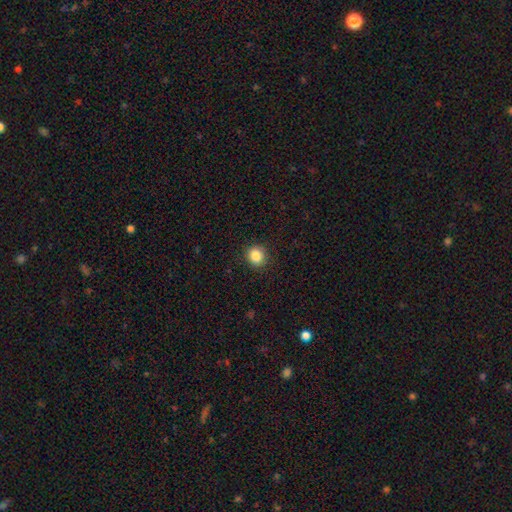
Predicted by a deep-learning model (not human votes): Morphology: type=smooth (85%); roundness=round (81%); merging=none (90%).